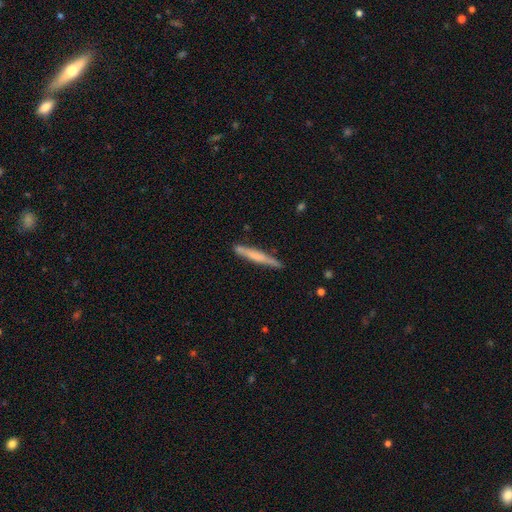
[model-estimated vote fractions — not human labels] Smooth or featured? smooth (51%)
How rounded? cigar-shaped (95%)
Merging? none (84%)